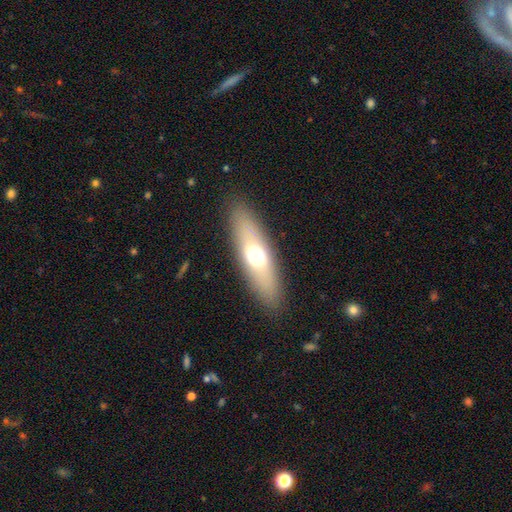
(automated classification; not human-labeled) Smooth or featured?
  - smooth: 59% *
  - featured or disk: 33%
  - star or artifact: 8%
How rounded?
  - in between: 52% *
  - cigar-shaped: 44%
  - round: 3%
Merging?
  - none: 88% *
  - minor disturbance: 8%
  - major disturbance: 3%
  - merger: 1%